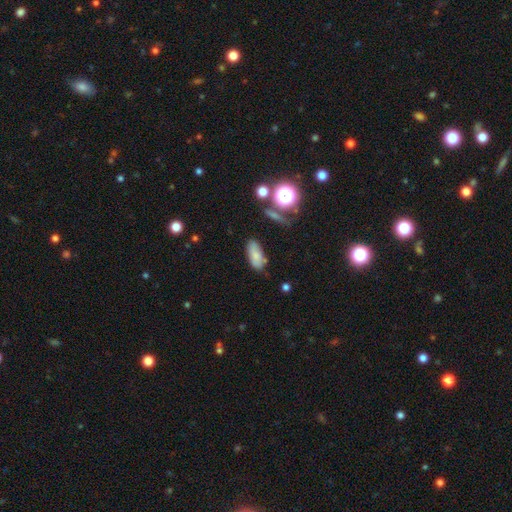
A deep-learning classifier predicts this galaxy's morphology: smooth-or-featured: smooth: 75% | featured or disk: 15% | star or artifact: 11%
  how-rounded: in between: 85% | cigar-shaped: 11% | round: 4%
  merging: none: 67% | minor disturbance: 22% | major disturbance: 6% | merger: 5%